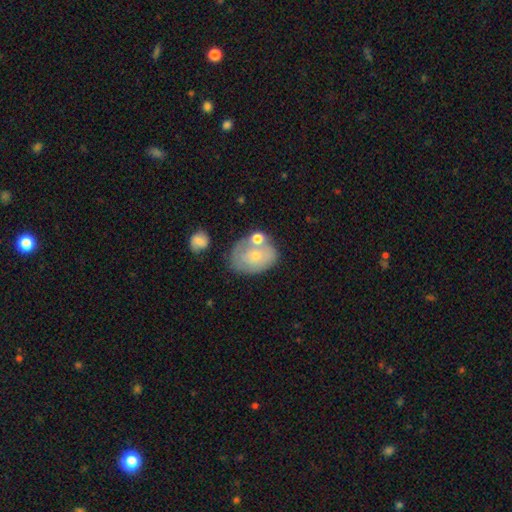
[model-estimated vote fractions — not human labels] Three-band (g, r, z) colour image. It shows a smooth galaxy with no disk features (58%) that is in between round and cigar-shaped (60%). Merging: none (47%).